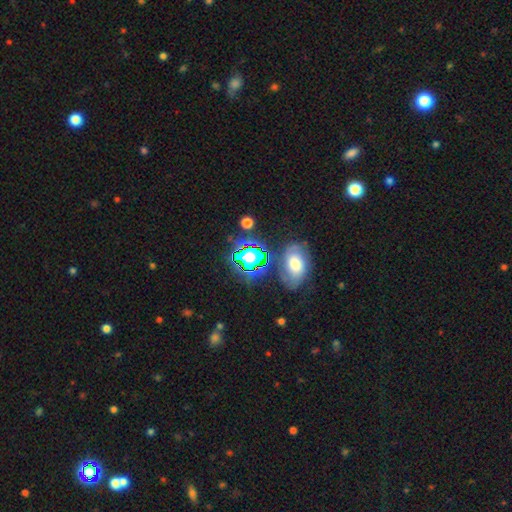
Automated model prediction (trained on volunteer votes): smooth_or_featured: star or artifact (p=0.51) [alt: smooth p=0.30]